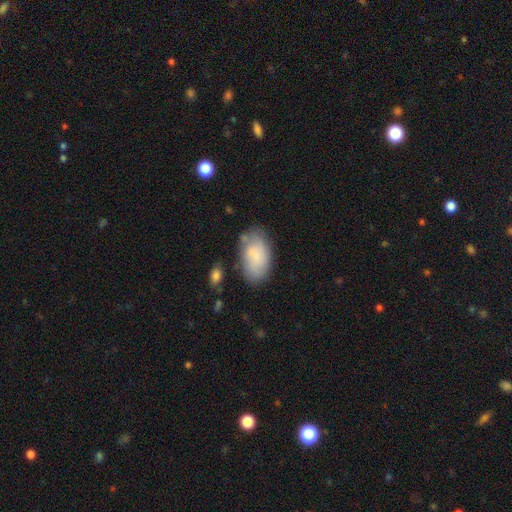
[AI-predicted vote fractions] Smooth or featured?
  - smooth: 79% *
  - featured or disk: 14%
  - star or artifact: 7%
How rounded?
  - in between: 94% *
  - round: 4%
  - cigar-shaped: 2%
Merging?
  - none: 67% *
  - minor disturbance: 21%
  - merger: 7%
  - major disturbance: 6%